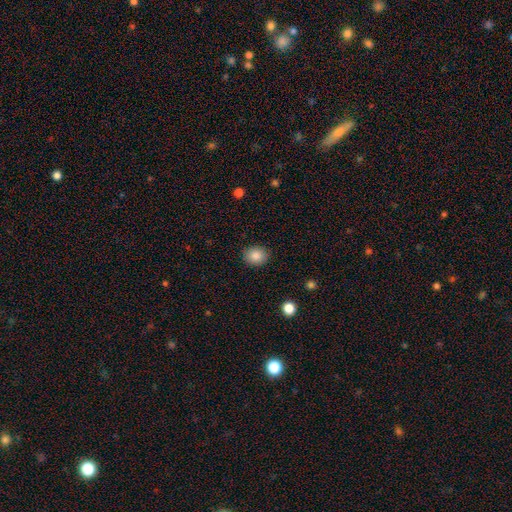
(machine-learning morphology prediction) A smooth galaxy with no disk features (86%) that is round (67%).

Vote fractions:
- Smooth or featured? smooth: 86% / star or artifact: 9% / featured or disk: 5%
- How rounded? round: 67% / in between: 32% / cigar-shaped: 1%
- Merging? none: 89% / minor disturbance: 8% / major disturbance: 2% / merger: 1%